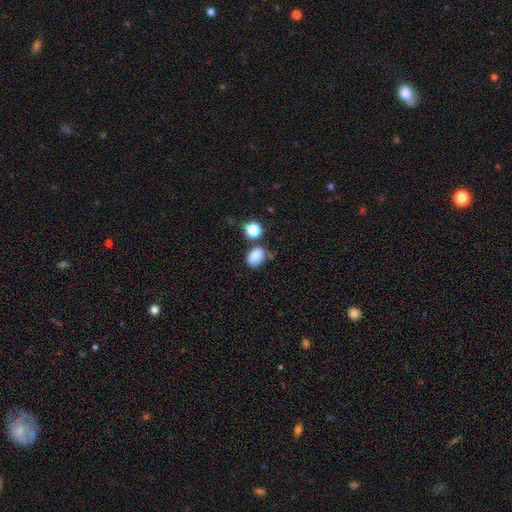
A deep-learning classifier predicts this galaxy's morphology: A smooth galaxy with no disk features (84%) that is in between round and cigar-shaped (73%). Merging: none (64%).